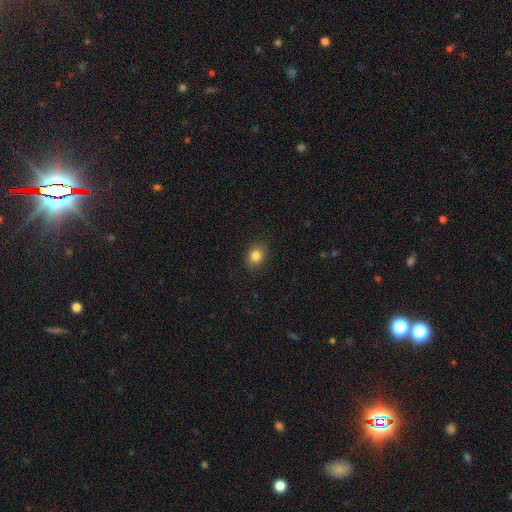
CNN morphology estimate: type=smooth (83%); roundness=round (52%); merging=none (88%).